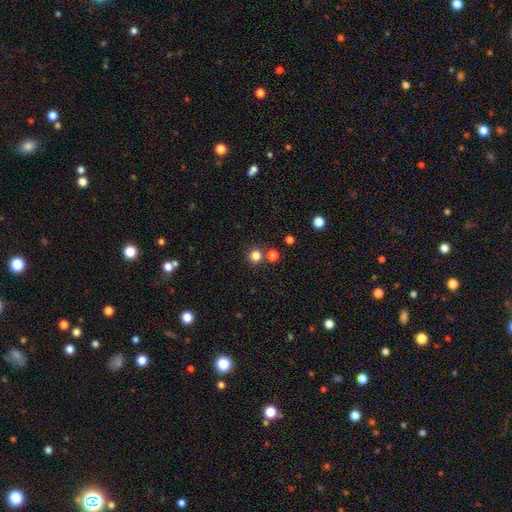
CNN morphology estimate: A smooth galaxy with no disk features (80%) that is round (93%).

Vote fractions:
- Smooth or featured? smooth: 80% / star or artifact: 15% / featured or disk: 4%
- How rounded? round: 93% / in between: 6% / cigar-shaped: 1%
- Merging? none: 80% / merger: 11% / minor disturbance: 6% / major disturbance: 3%